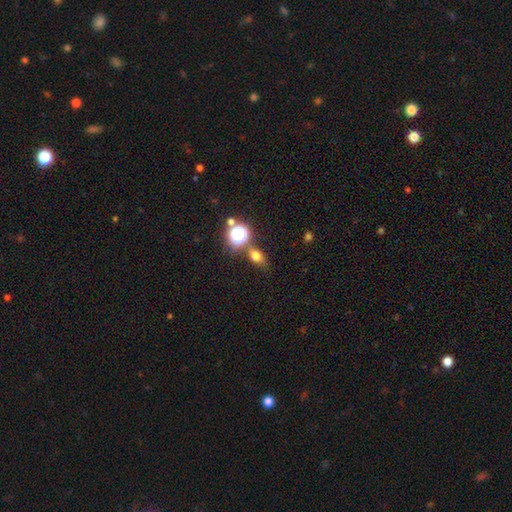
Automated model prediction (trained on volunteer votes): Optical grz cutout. It shows a smooth galaxy with no disk features (66%) that is in between round and cigar-shaped (61%). Merging: none (69%).